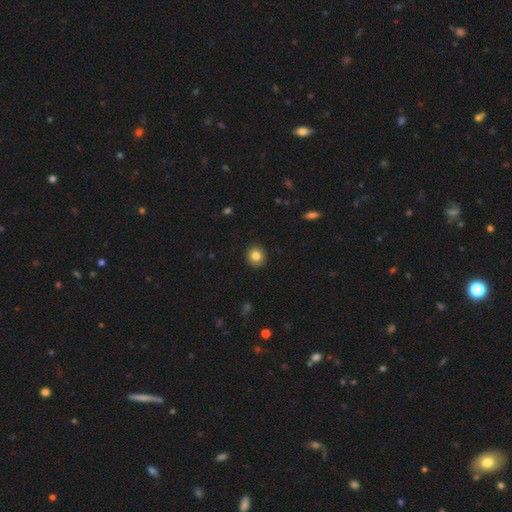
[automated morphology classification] smooth 84%, star or artifact 9%, featured or disk 7%. Down the decision tree: how rounded — round (89%); merging — none (91%).